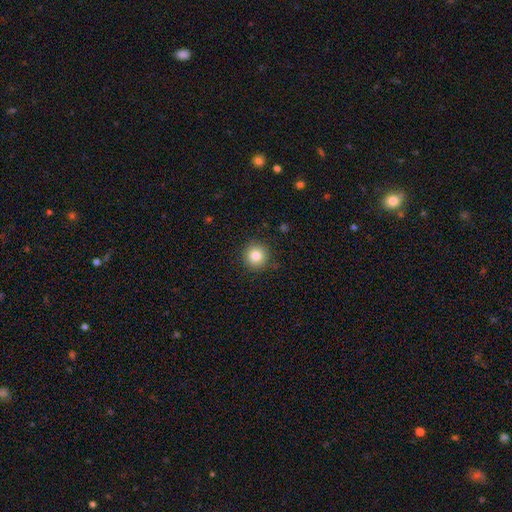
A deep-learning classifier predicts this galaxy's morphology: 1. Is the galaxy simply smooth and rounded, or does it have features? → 83% smooth, 10% star or artifact, 6% featured or disk.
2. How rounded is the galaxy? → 94% round, 5% in between, 1% cigar-shaped.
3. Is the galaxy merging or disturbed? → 89% none, 7% minor disturbance, 2% major disturbance, 1% merger.